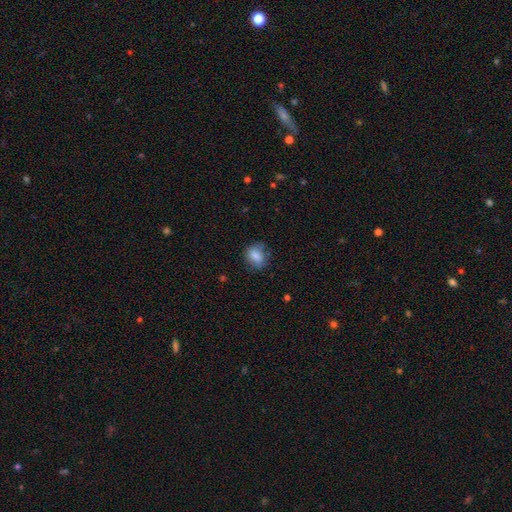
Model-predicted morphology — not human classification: Smooth or featured? smooth (82%)
How rounded? in between (54%)
Merging? none (65%)